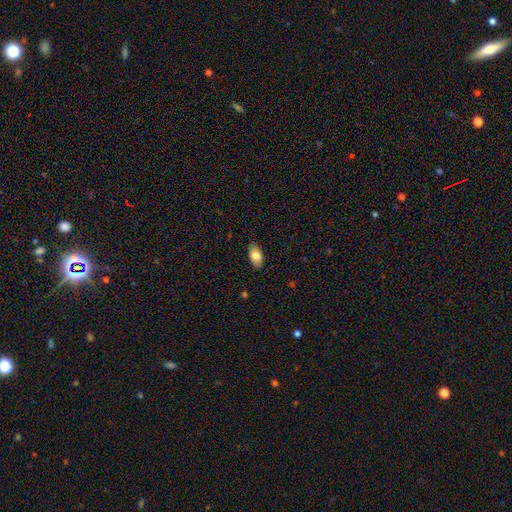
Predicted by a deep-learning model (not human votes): Smooth or featured?
  - smooth: 79% *
  - featured or disk: 14%
  - star or artifact: 7%
How rounded?
  - in between: 92% *
  - round: 4%
  - cigar-shaped: 4%
Merging?
  - none: 86% *
  - minor disturbance: 11%
  - major disturbance: 2%
  - merger: 1%